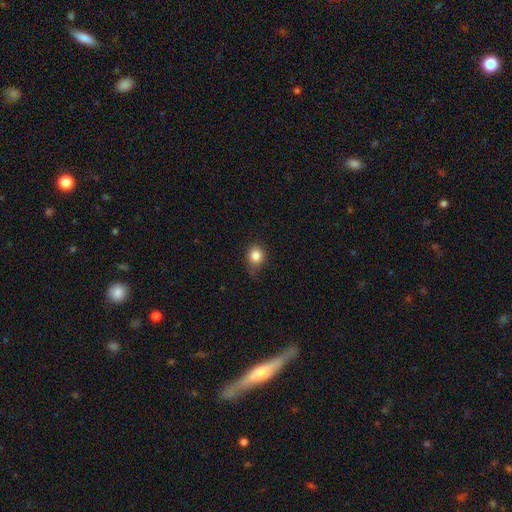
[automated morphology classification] This is clearly a smooth galaxy (83%). How rounded: likely round (78%). Merging: likely none (67%).